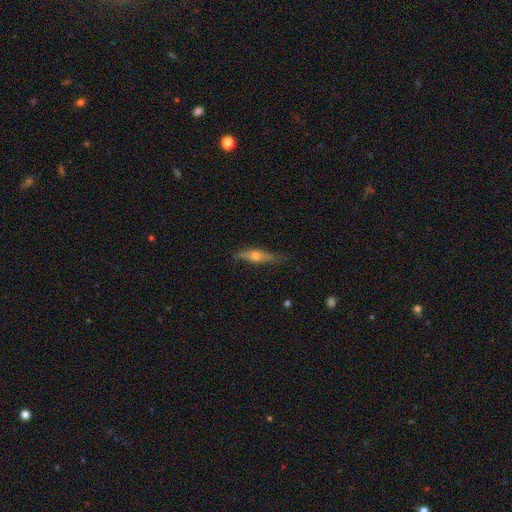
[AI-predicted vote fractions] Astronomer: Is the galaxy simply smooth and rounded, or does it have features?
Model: featured or disk — 55% (runner-up: smooth, 39%).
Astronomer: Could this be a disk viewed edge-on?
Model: yes — 92%.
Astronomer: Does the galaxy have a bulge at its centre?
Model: rounded — 92%.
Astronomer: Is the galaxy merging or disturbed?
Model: none — 79%.